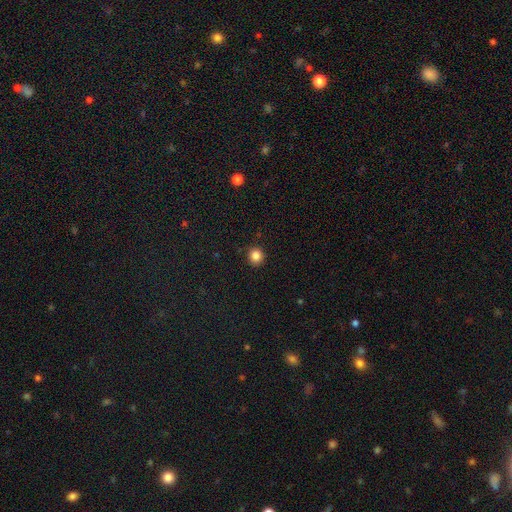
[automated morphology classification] smooth_or_featured: smooth (p=0.85) [alt: star or artifact p=0.11]
how_rounded: round (p=0.91) [alt: in between p=0.09]
merging: none (p=0.91) [alt: minor disturbance p=0.06]